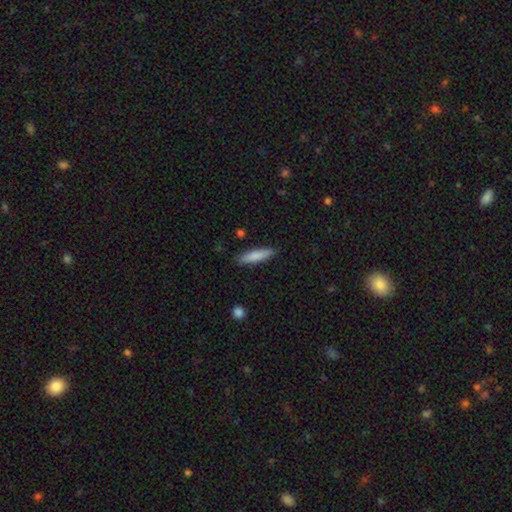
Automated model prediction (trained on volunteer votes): Morphology: type=smooth (81%); roundness=cigar-shaped (77%); merging=none (87%).